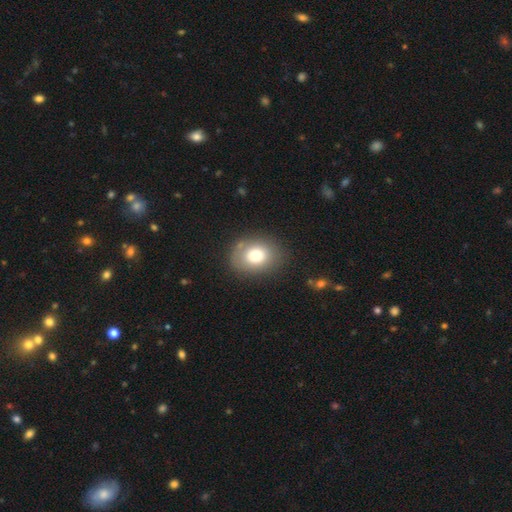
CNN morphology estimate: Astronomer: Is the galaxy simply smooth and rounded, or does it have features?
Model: smooth — 75%.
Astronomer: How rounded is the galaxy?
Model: round — 50% (runner-up: in between, 49%).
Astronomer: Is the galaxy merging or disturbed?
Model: none — 79%.